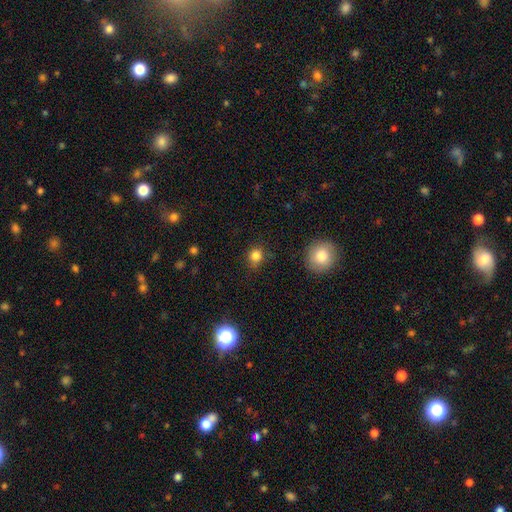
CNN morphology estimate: This appears to be a smooth galaxy with no disk features (82%) that is round (81%). Merging: none (76%).